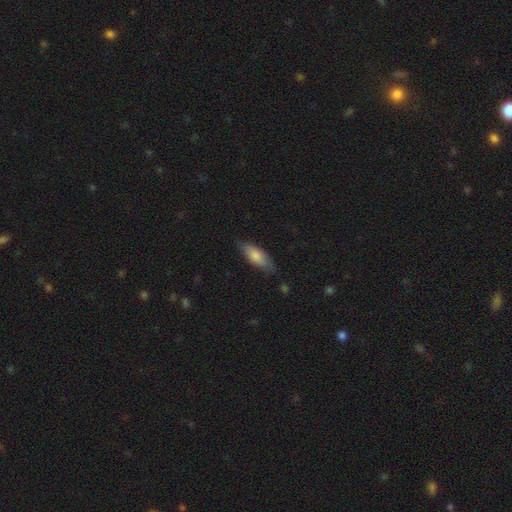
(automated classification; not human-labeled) A smooth galaxy with no disk features (79%) that is in between round and cigar-shaped (74%).

Vote fractions:
- Smooth or featured? smooth: 79% / featured or disk: 15% / star or artifact: 6%
- How rounded? in between: 74% / cigar-shaped: 25% / round: 2%
- Merging? none: 76% / minor disturbance: 20% / major disturbance: 3% / merger: 1%